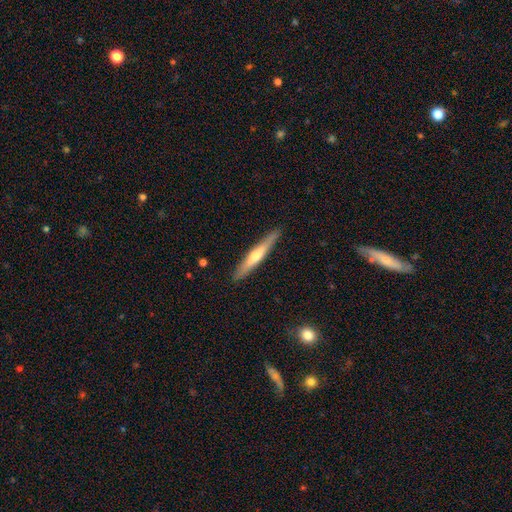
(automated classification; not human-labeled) Smooth or featured?
  - featured or disk: 50% *
  - smooth: 45%
  - star or artifact: 5%
Merging?
  - none: 90% *
  - minor disturbance: 8%
  - major disturbance: 1%
  - merger: 1%